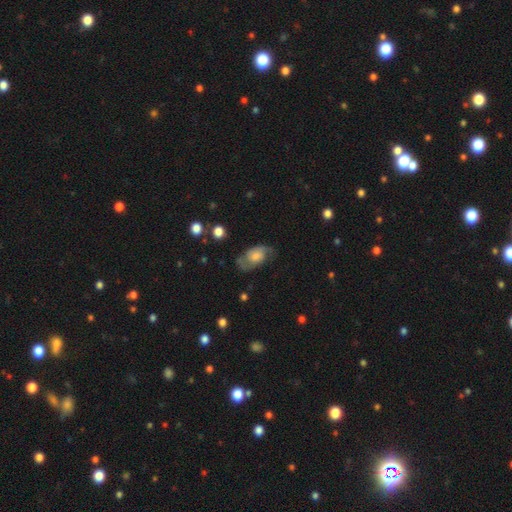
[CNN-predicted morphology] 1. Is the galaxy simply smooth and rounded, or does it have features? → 62% featured or disk, 30% smooth, 7% star or artifact.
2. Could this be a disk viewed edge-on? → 95% no, 5% yes.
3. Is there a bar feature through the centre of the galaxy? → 72% no, 25% weak, 4% strong.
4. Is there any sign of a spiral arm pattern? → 86% yes, 14% no.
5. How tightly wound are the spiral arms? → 47% medium, 30% loose, 24% tight.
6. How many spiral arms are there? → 81% 2, 10% can't tell, 5% 1, 2% 3, 1% 4, 1% more than 4.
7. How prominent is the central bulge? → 35% moderate, 25% small, 24% large, 12% none, 4% dominant.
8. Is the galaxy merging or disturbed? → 62% none, 23% minor disturbance, 13% major disturbance, 2% merger.